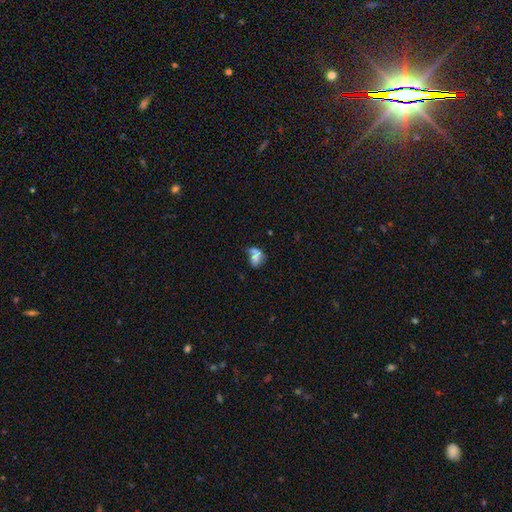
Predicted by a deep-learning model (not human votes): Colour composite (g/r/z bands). It shows a smooth galaxy with no disk features (62%) that is in between round and cigar-shaped (67%). Merging: merger (38%).